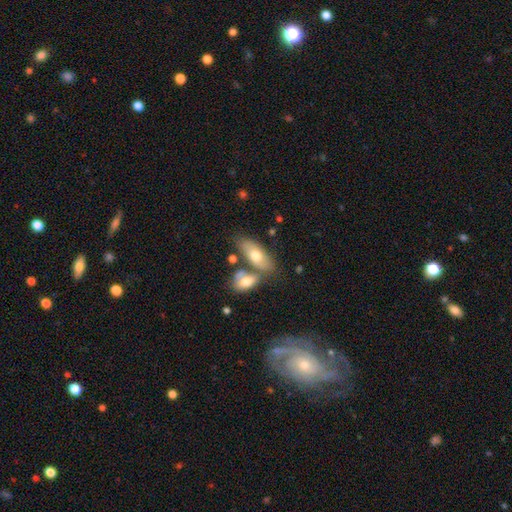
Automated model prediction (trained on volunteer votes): smooth-or-featured: smooth: 65% | featured or disk: 29% | star or artifact: 6%
  how-rounded: in between: 82% | cigar-shaped: 15% | round: 3%
  merging: none: 52% | merger: 32% | minor disturbance: 12% | major disturbance: 4%